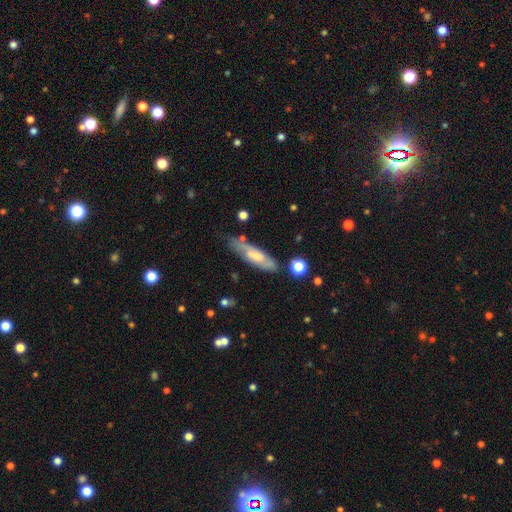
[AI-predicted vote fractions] featured or disk 52%, smooth 42%, star or artifact 6%. Down the decision tree: edge-on disk — no (64%); merging — none (68%).